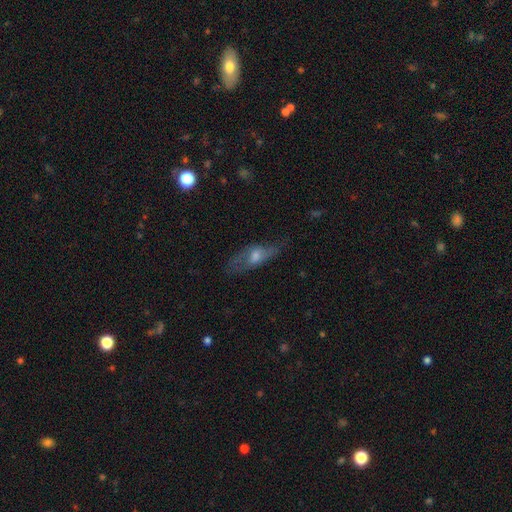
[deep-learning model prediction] Smooth or featured: featured or disk — 51% (smooth — 37%)
Edge-on disk: no — 60% (yes — 40%)
Merging: none — 65% (minor disturbance — 22%)